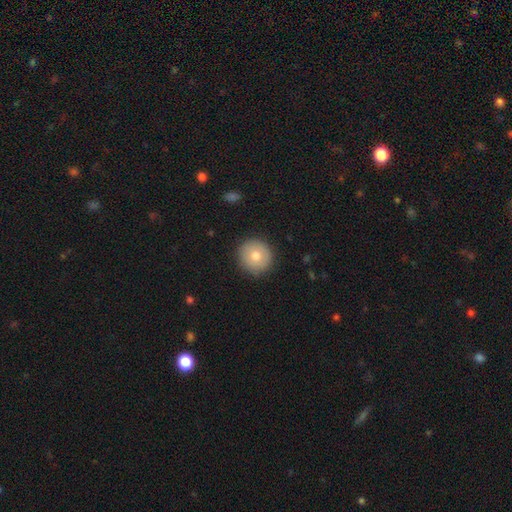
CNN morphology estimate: A smooth galaxy with no disk features (76%) that is round (94%). Merging: none (90%).